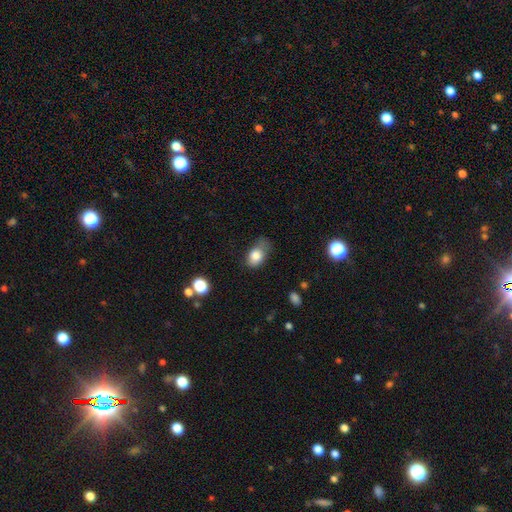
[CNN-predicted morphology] This is clearly a smooth galaxy (80%). How rounded: clearly in between (81%). Merging: marginally none (42%).